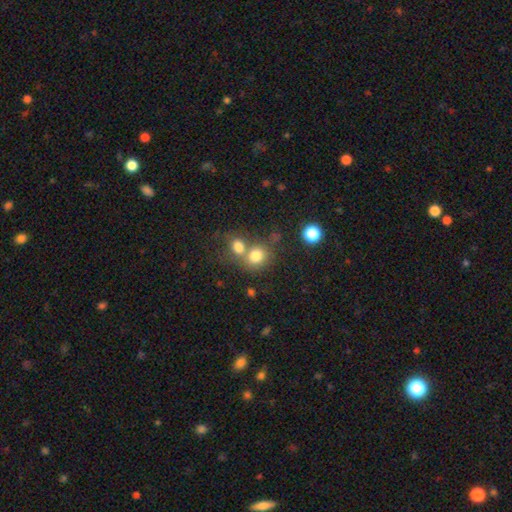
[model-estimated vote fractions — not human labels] Morphology: type=smooth (77%); roundness=round (75%); merging=merger (47%).